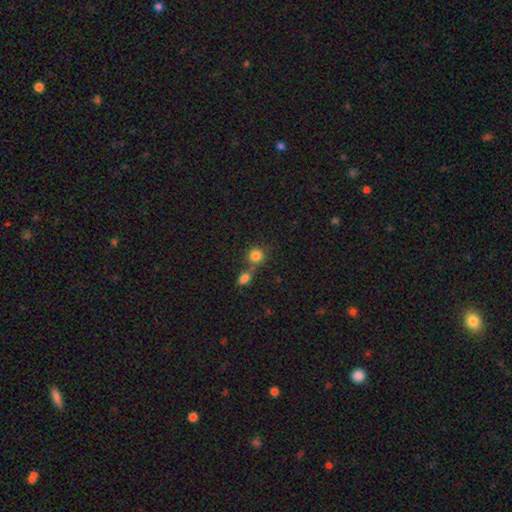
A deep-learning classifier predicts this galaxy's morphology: Overall: smooth (83%). How rounded: round (85%). Merging: none (57%; merger 30%).